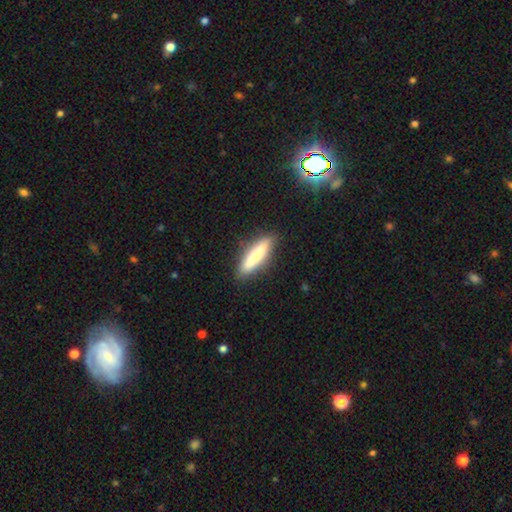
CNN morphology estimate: A smooth galaxy with no disk features (72%) that is cigar-shaped (73%). Merging: none (86%).